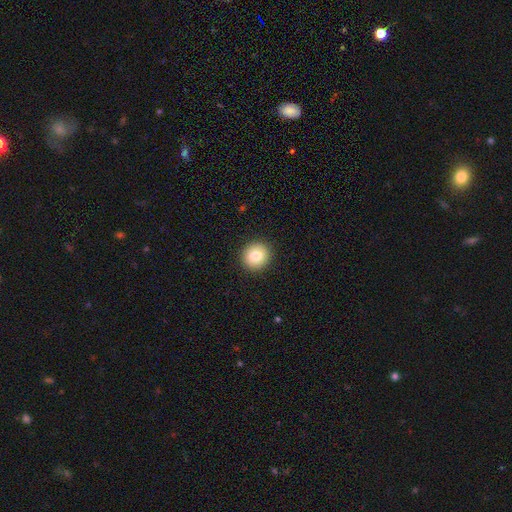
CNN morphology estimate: Smooth or featured? Predicted: smooth (p=0.80). How rounded? Predicted: round (p=0.89). Merging? Predicted: none (p=0.92).